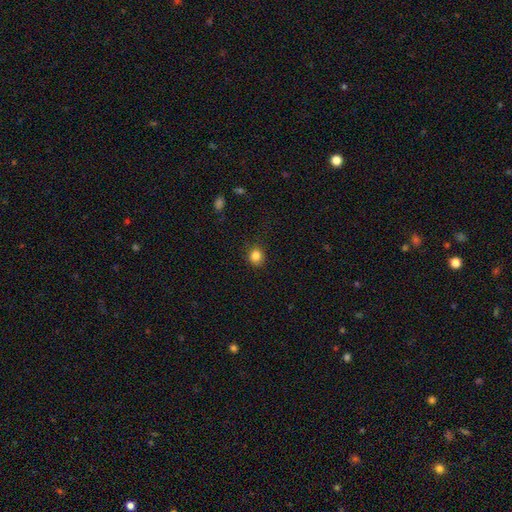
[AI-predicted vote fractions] A smooth galaxy with no disk features (84%) that is round (82%). Merging: none (85%).